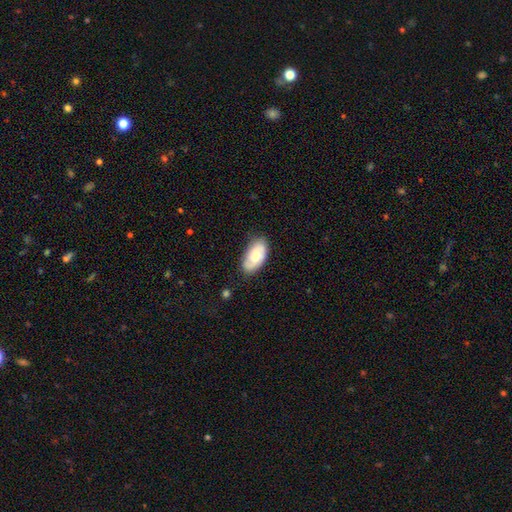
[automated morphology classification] This appears to be a smooth galaxy with no disk features (58%) that is in between round and cigar-shaped (94%). Merging: none (76%).